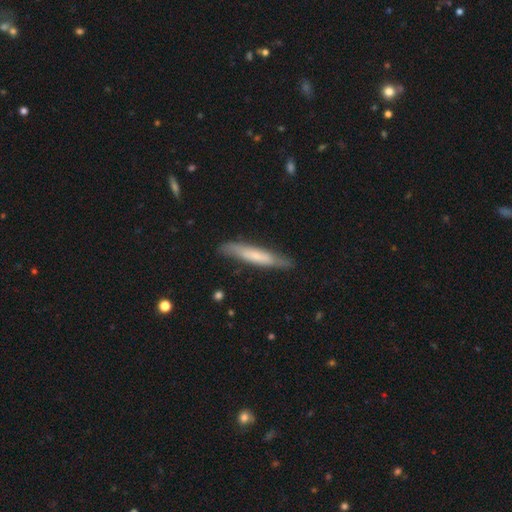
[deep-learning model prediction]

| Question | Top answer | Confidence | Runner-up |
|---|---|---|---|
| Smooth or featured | smooth | 56% | featured or disk (38%) |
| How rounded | cigar-shaped | 91% | in between (8%) |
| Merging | none | 81% | minor disturbance (14%) |